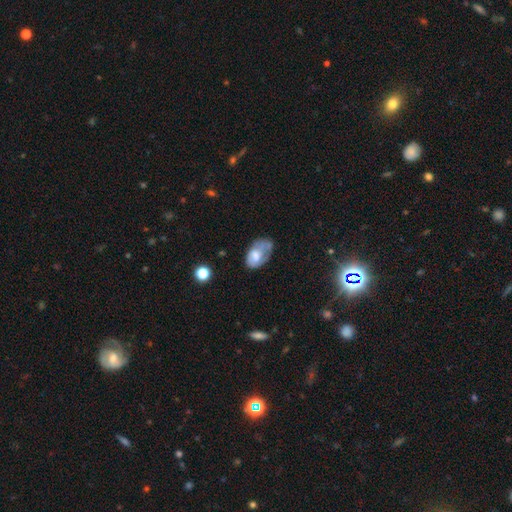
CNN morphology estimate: Overall: smooth (55%; featured or disk 37%). How rounded: in between (90%). Merging: minor disturbance (35%; none 34%).